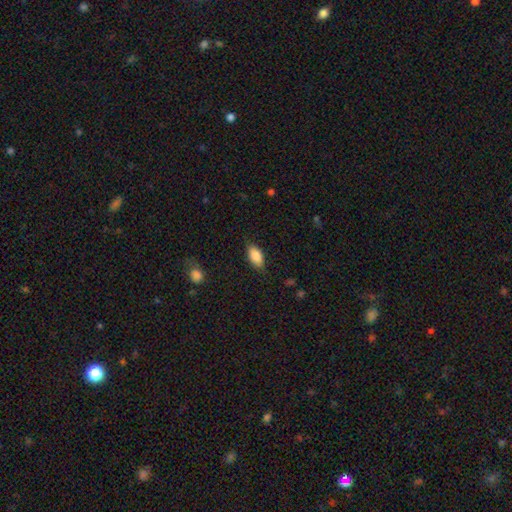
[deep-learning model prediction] Smooth or featured: smooth — 86% (featured or disk — 7%)
How rounded: in between — 91% (cigar-shaped — 6%)
Merging: none — 81% (minor disturbance — 14%)